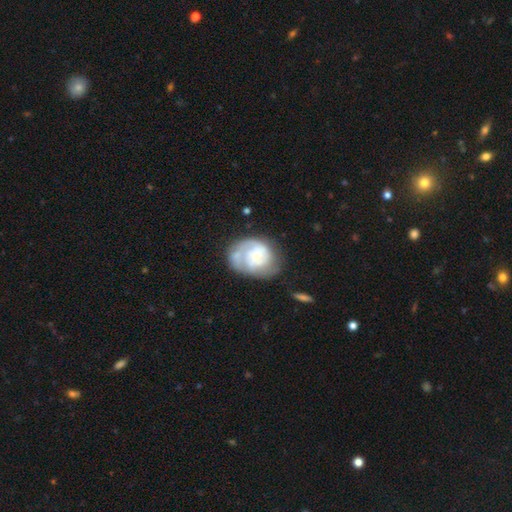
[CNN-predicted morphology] smooth_or_featured: featured or disk (p=0.66) [alt: smooth p=0.27]
disk_edge_on: no (p=0.98) [alt: yes p=0.02]
bar: no (p=0.65) [alt: weak p=0.30]
has_spiral_arms: yes (p=0.79) [alt: no p=0.21]
spiral_winding: tight (p=0.52) [alt: medium p=0.34]
spiral_arm_count: can't tell (p=0.34) [alt: 2 p=0.33]
bulge_size: small (p=0.61) [alt: moderate p=0.24]
merging: none (p=0.46) [alt: minor disturbance p=0.26]